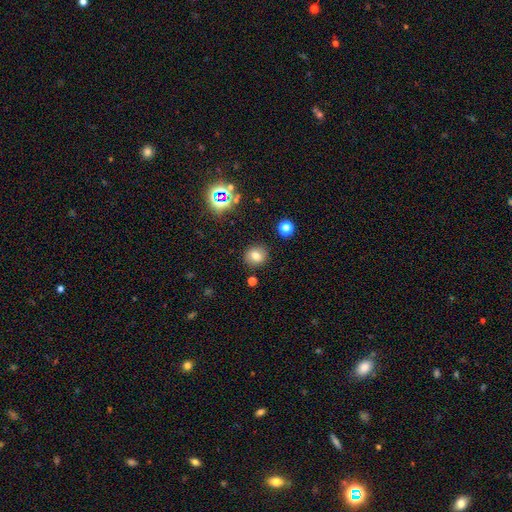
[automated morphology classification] smooth 73%, star or artifact 16%, featured or disk 10%. Down the decision tree: how rounded — round (84%); merging — none (87%).